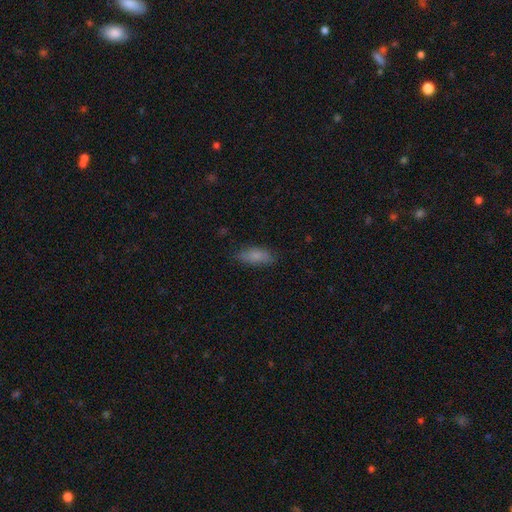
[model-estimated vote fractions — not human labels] Overall: smooth (82%). How rounded: in between (77%). Merging: none (77%).